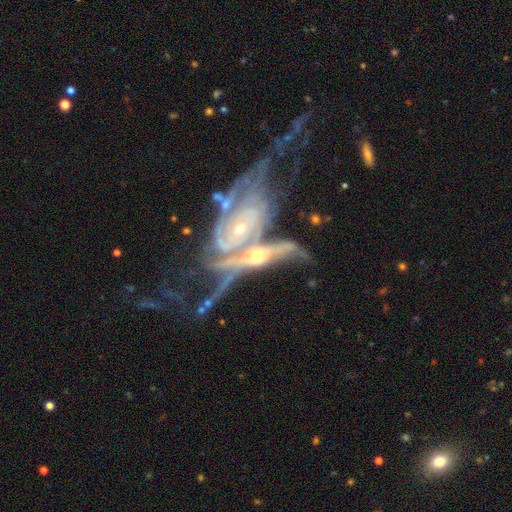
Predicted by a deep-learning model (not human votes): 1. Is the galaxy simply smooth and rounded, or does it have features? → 82% featured or disk, 10% smooth, 8% star or artifact.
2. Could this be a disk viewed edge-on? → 73% no, 27% yes.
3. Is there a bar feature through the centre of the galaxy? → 72% no, 18% weak, 10% strong.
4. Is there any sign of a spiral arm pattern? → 82% yes, 18% no.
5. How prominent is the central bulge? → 58% small, 34% moderate, 3% none, 3% large, 2% dominant.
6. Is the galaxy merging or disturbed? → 61% merger, 17% none, 12% major disturbance, 10% minor disturbance.